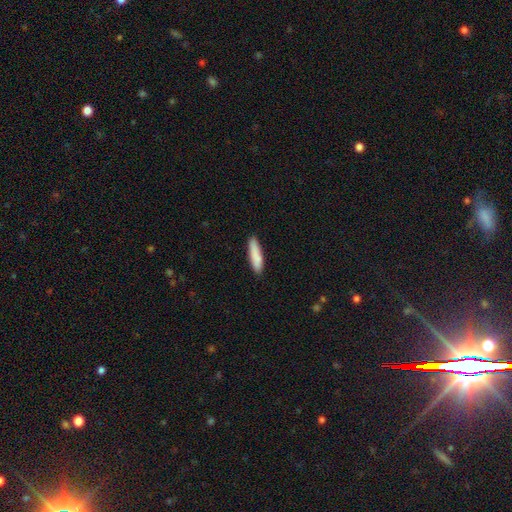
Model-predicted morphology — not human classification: This appears to be a smooth galaxy with no disk features (86%) that is cigar-shaped (77%). Merging: none (88%).